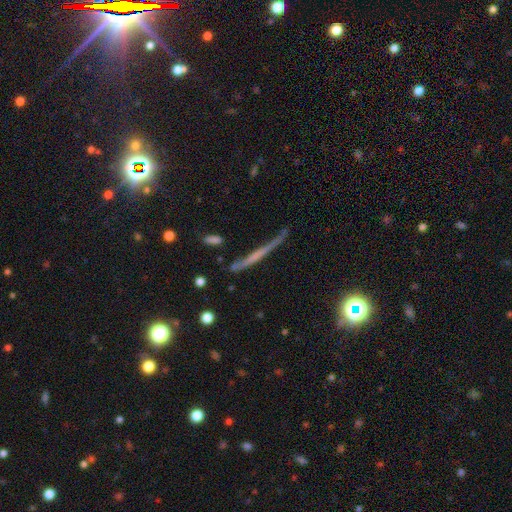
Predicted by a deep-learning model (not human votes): featured or disk 54%, smooth 31%, star or artifact 14%. Down the decision tree: edge-on disk — yes (93%); edge-on bulge — none (74%); merging — none (75%).